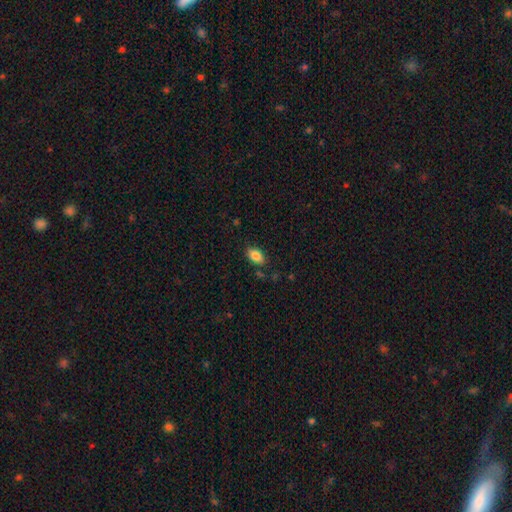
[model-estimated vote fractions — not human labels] Smooth or featured? Predicted: smooth (p=0.85). How rounded? Predicted: in between (p=0.90). Merging? Predicted: none (p=0.81).